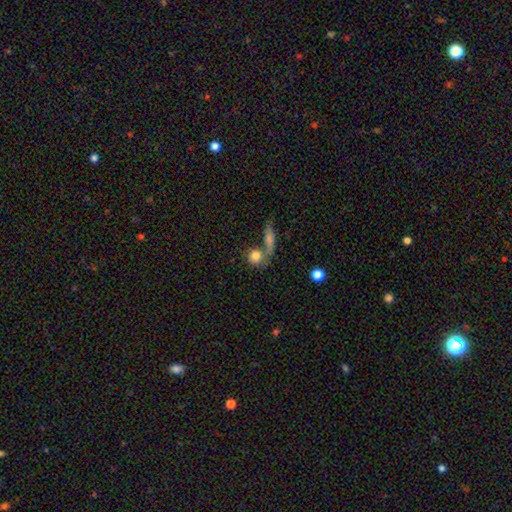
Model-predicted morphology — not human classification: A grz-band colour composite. It shows a smooth galaxy with no disk features (78%) that is round (74%). Merging: none (43%).